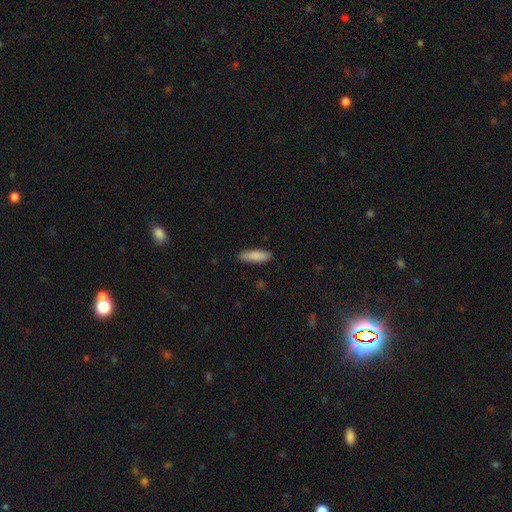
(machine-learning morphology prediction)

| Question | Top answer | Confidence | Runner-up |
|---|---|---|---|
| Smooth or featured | smooth | 86% | featured or disk (8%) |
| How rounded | cigar-shaped | 57% | in between (41%) |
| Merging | none | 88% | minor disturbance (9%) |